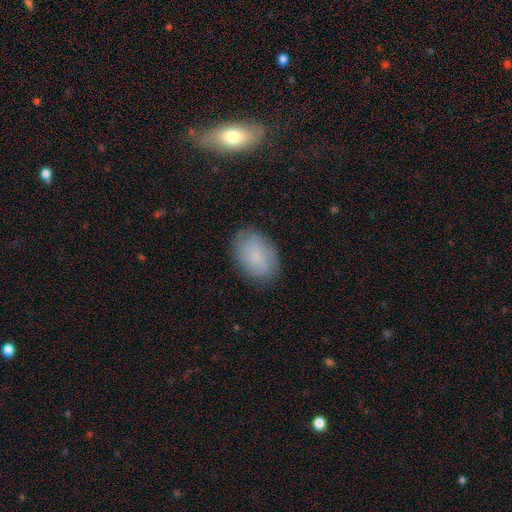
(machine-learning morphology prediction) Smooth or featured?
  - smooth: 69% *
  - featured or disk: 22%
  - star or artifact: 9%
How rounded?
  - in between: 86% *
  - round: 13%
  - cigar-shaped: 1%
Merging?
  - none: 81% *
  - minor disturbance: 14%
  - major disturbance: 4%
  - merger: 1%